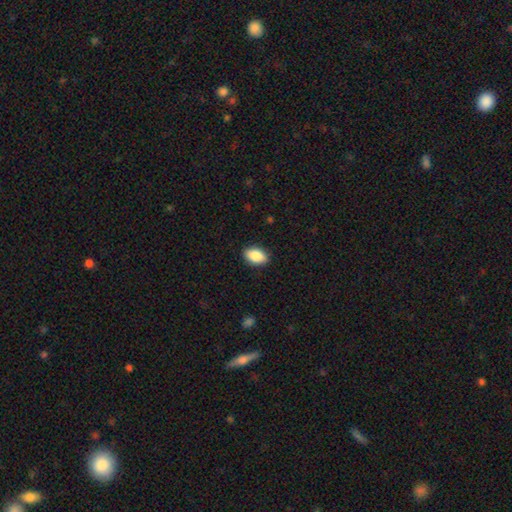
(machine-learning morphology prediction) Smooth or featured? smooth (88%)
How rounded? in between (92%)
Merging? none (89%)